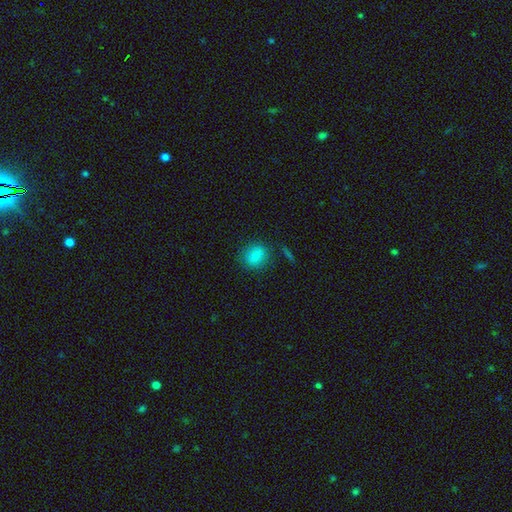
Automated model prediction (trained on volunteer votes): Smooth or featured?
  - smooth: 84% *
  - star or artifact: 11%
  - featured or disk: 5%
How rounded?
  - round: 50% *
  - in between: 47%
  - cigar-shaped: 2%
Merging?
  - none: 82% *
  - minor disturbance: 12%
  - major disturbance: 4%
  - merger: 2%